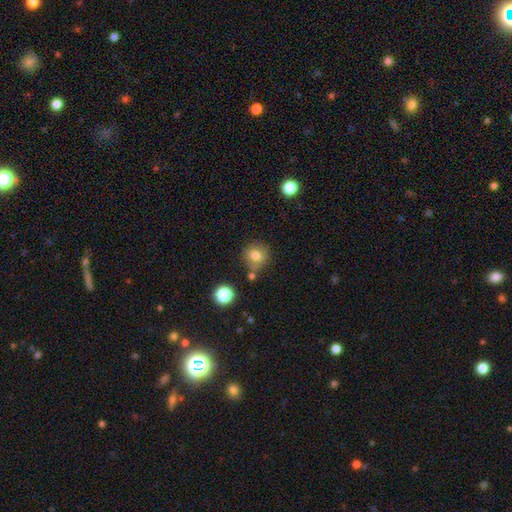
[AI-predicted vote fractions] Q: Smooth or featured?
A: smooth (78%); runner-up: star or artifact (12%)
Q: How rounded?
A: round (88%); runner-up: in between (11%)
Q: Merging?
A: none (73%); runner-up: minor disturbance (14%)